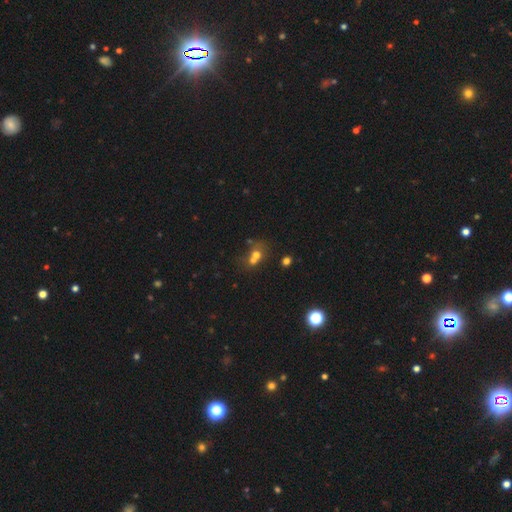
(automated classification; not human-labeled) Smooth or featured? Predicted: smooth (p=0.60). How rounded? Predicted: round (p=0.69). Merging? Predicted: merger (p=0.59).